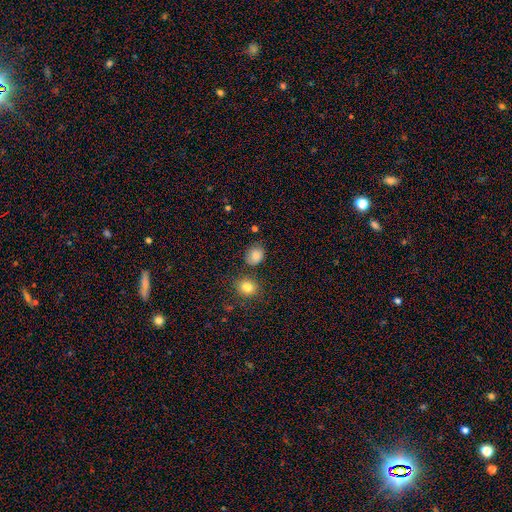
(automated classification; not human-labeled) This is clearly a smooth galaxy (84%). How rounded: possibly in between (51%). Merging: likely none (74%).